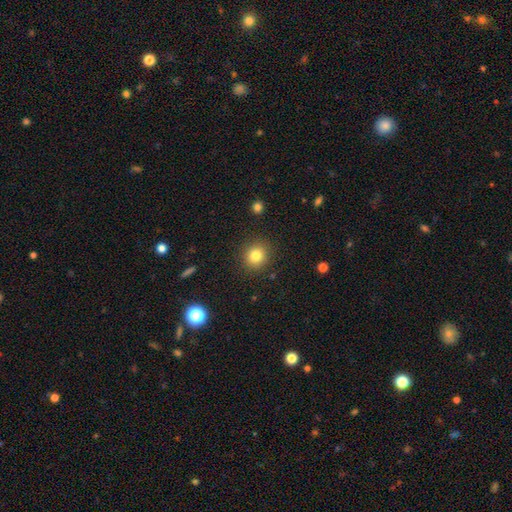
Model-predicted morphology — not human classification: Q: Smooth or featured?
A: smooth (81%); runner-up: star or artifact (12%)
Q: How rounded?
A: round (86%); runner-up: in between (13%)
Q: Merging?
A: none (89%); runner-up: minor disturbance (7%)